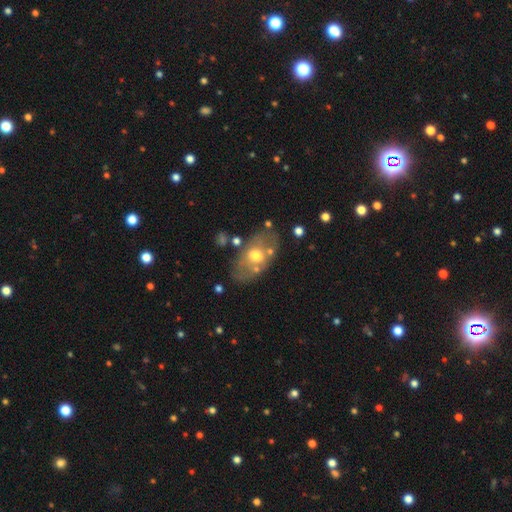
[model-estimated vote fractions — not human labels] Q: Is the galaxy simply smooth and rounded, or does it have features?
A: smooth — 48%.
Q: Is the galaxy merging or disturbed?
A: none — 69%.